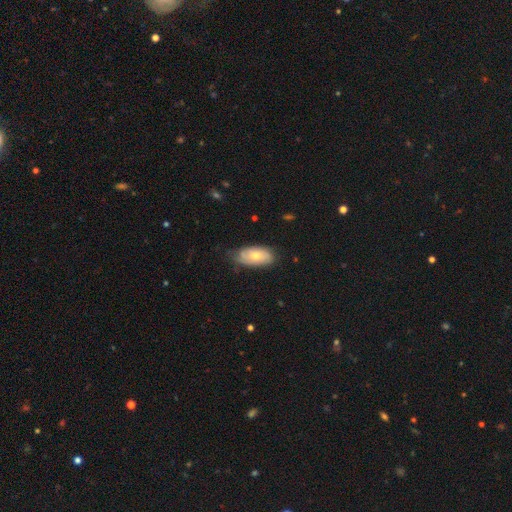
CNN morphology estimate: A smooth galaxy with no disk features (61%) that is in between round and cigar-shaped (92%).

Vote fractions:
- Smooth or featured? smooth: 61% / featured or disk: 32% / star or artifact: 7%
- How rounded? in between: 92% / cigar-shaped: 4% / round: 4%
- Merging? none: 63% / minor disturbance: 29% / major disturbance: 6% / merger: 1%